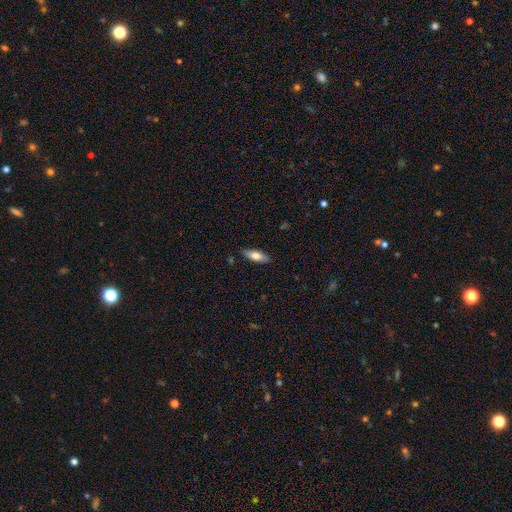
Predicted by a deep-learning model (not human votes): Overall: smooth (73%). How rounded: in between (70%). Merging: none (85%).